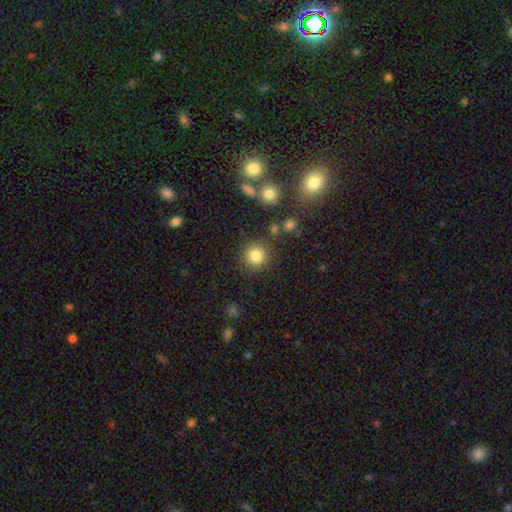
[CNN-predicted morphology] A smooth galaxy with no disk features (83%) that is round (92%). Merging: none (84%).